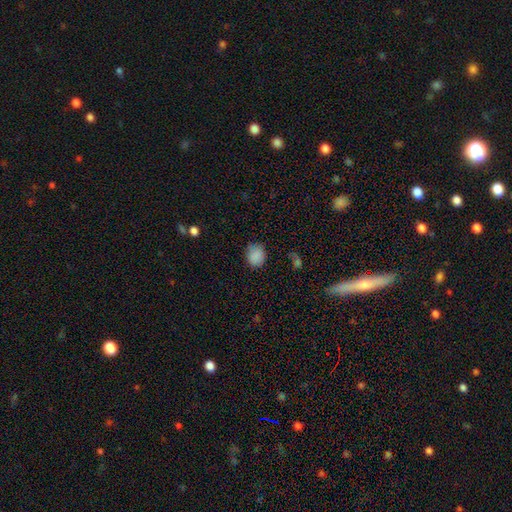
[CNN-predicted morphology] type=smooth (86%); roundness=round (71%); merging=none (79%).